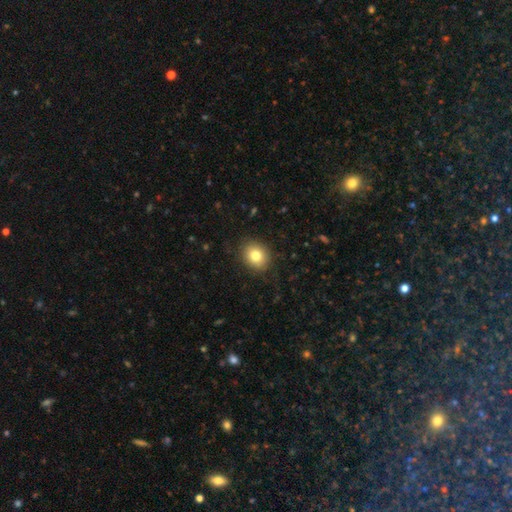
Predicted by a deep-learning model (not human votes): Smooth or featured? smooth (80%)
How rounded? round (61%)
Merging? none (86%)